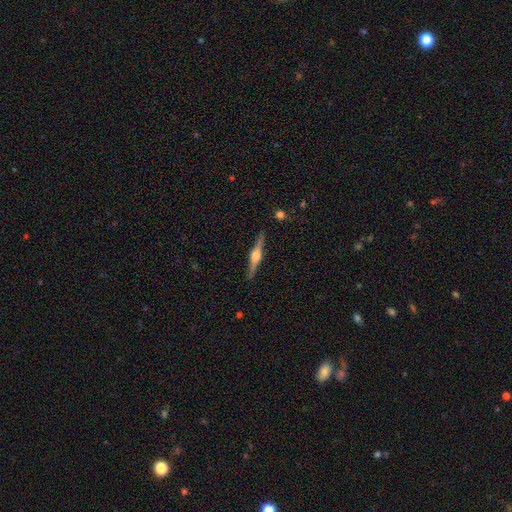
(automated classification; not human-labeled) Overall: featured or disk (80%). Edge-on disk: yes (98%). Edge-on bulge: rounded (92%). Merging: none (91%).